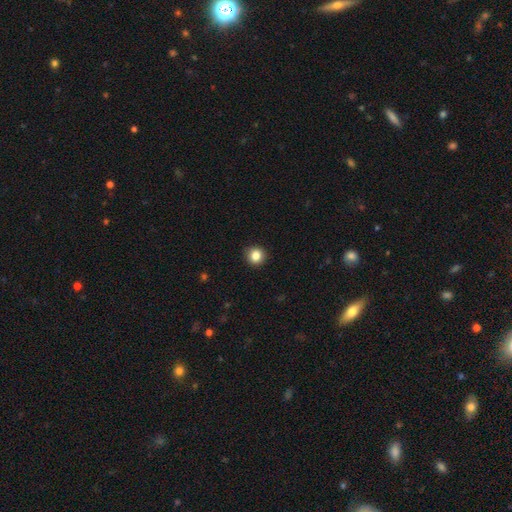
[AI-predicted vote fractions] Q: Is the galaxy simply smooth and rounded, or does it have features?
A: smooth — 84%.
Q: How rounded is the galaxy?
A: round — 92%.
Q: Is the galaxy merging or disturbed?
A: none — 92%.